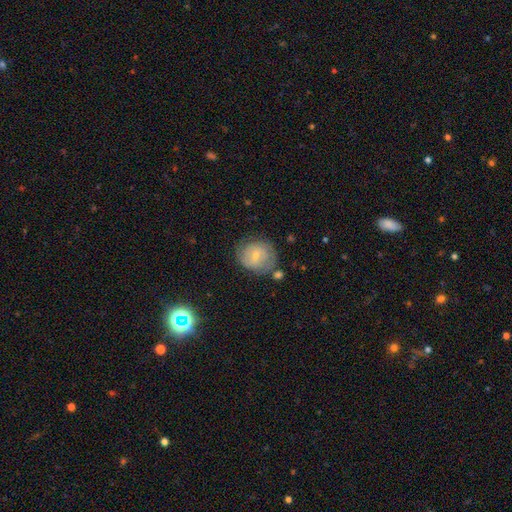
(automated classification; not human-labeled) Smooth or featured?
  - smooth: 51% *
  - featured or disk: 42%
  - star or artifact: 7%
How rounded?
  - round: 75% *
  - in between: 24%
  - cigar-shaped: 1%
Merging?
  - none: 62% *
  - minor disturbance: 23%
  - major disturbance: 9%
  - merger: 6%